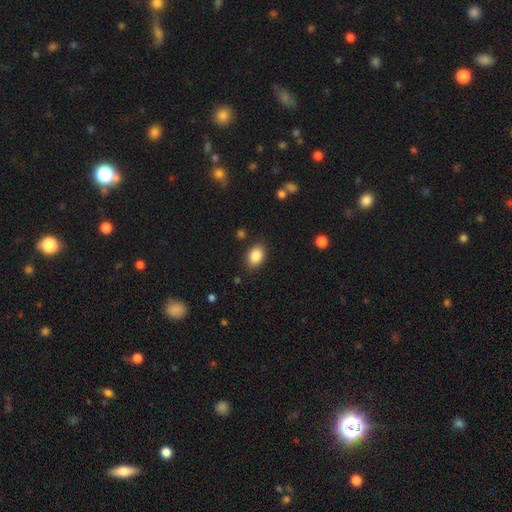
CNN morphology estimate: Smooth or featured? smooth (87%)
How rounded? in between (79%)
Merging? none (85%)